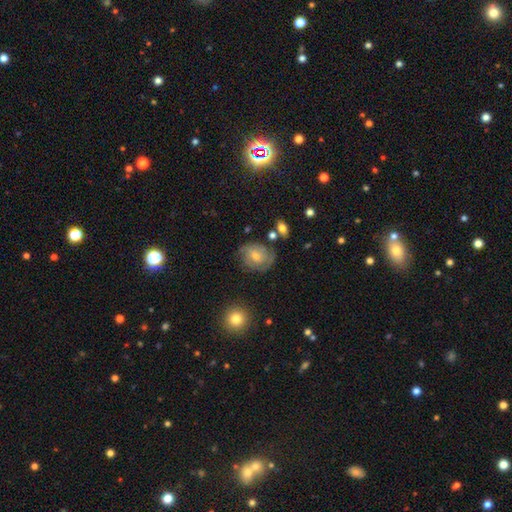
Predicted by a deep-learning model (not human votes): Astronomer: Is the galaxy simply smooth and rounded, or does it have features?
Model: smooth — 48% (runner-up: featured or disk, 43%).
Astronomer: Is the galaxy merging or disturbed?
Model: none — 62%.